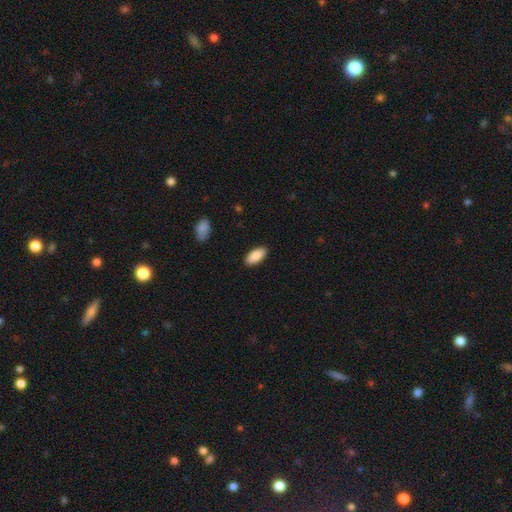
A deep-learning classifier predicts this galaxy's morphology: type=smooth (89%); roundness=in between (89%); merging=none (89%).